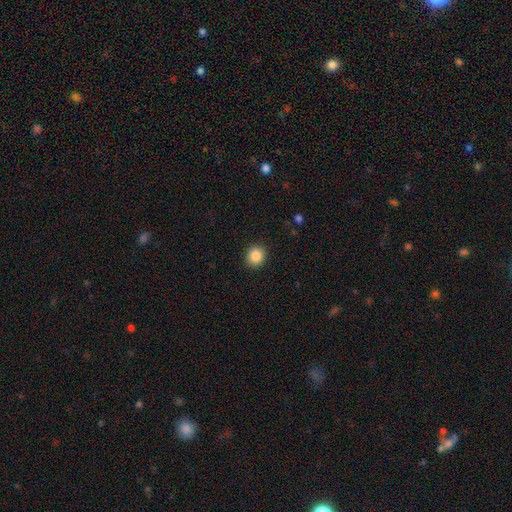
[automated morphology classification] Smooth or featured? smooth (86%)
How rounded? round (81%)
Merging? none (91%)